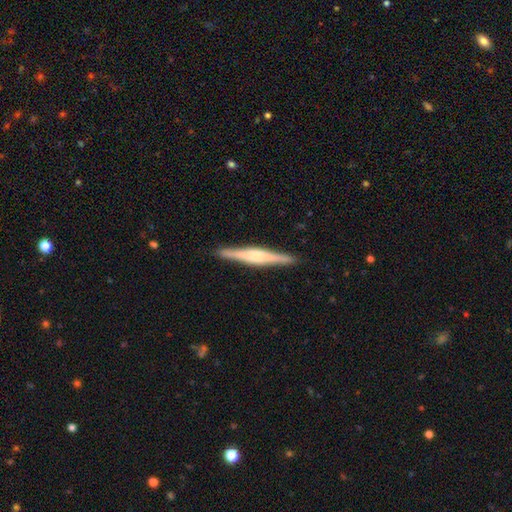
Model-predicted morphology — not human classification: smooth-or-featured: featured or disk: 74% | smooth: 20% | star or artifact: 5%
  disk-edge-on: yes: 98% | no: 2%
    edge-on-bulge: rounded: 62% | boxy: 29% | none: 8%
  merging: none: 91% | minor disturbance: 6% | major disturbance: 1% | merger: 1%